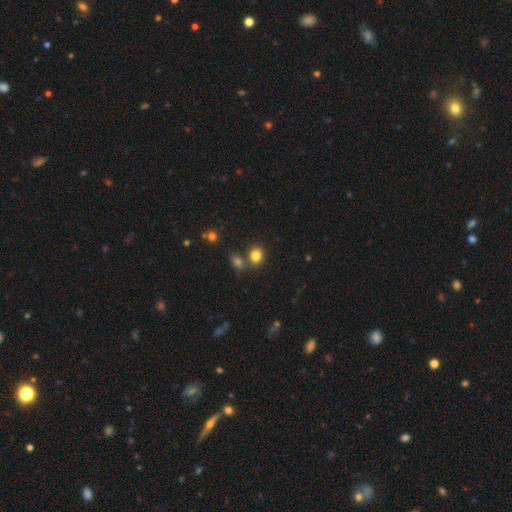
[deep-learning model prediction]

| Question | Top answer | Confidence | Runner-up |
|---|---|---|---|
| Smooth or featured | smooth | 82% | star or artifact (12%) |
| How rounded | round | 65% | in between (34%) |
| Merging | none | 68% | merger (19%) |